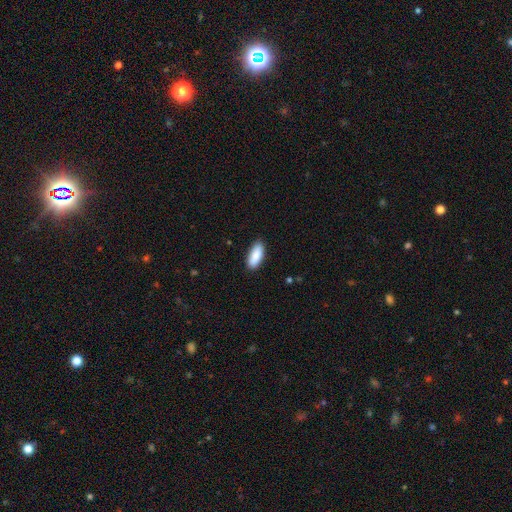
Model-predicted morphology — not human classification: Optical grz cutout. It shows a smooth galaxy with no disk features (89%) that is in between round and cigar-shaped (79%). Merging: none (88%).